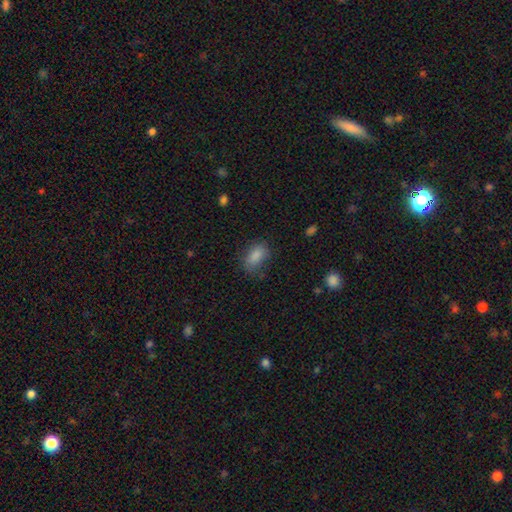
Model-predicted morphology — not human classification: The model was most divided on "merging": none: 71%, minor disturbance: 20%, major disturbance: 7%, merger: 2%. More confident: how rounded — in between (89%); smooth or featured — smooth (86%).